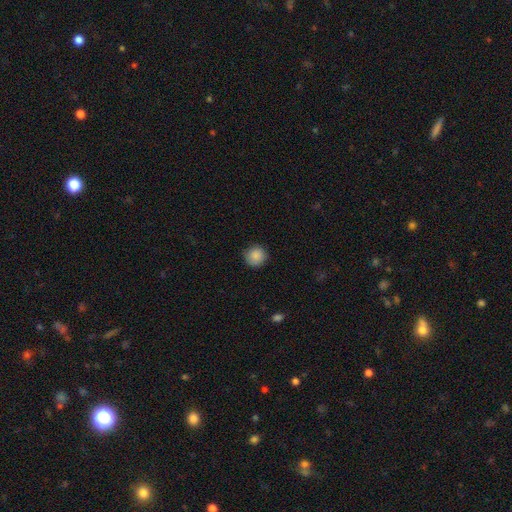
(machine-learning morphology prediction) Smooth or featured: smooth — 88% (star or artifact — 9%)
How rounded: round — 93% (in between — 6%)
Merging: none — 88% (minor disturbance — 9%)